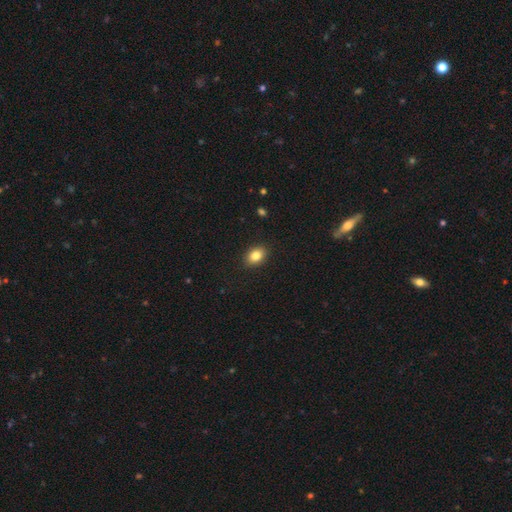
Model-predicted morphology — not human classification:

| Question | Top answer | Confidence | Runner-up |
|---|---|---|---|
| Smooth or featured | smooth | 84% | star or artifact (9%) |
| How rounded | in between | 76% | round (23%) |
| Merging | none | 89% | minor disturbance (8%) |